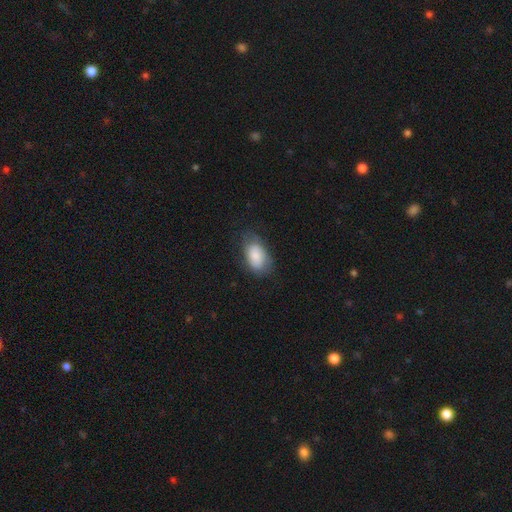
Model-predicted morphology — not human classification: This is likely a smooth galaxy (79%). How rounded: clearly in between (92%). Merging: likely none (64%).